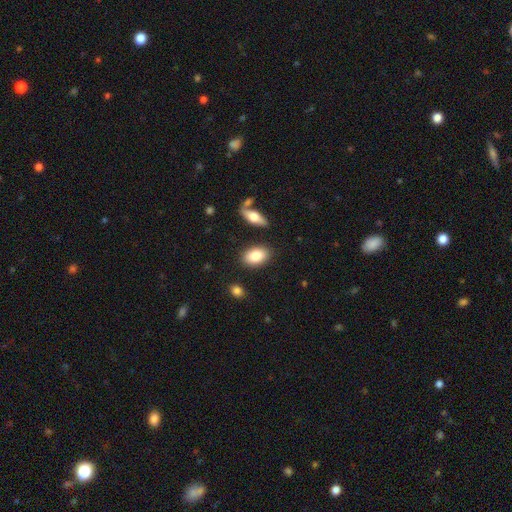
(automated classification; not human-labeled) Overall: smooth (85%). How rounded: in between (89%). Merging: none (83%).